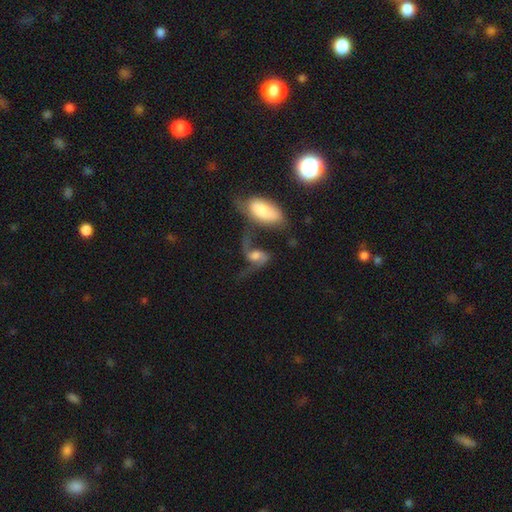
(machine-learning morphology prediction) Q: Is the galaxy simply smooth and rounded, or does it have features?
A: featured or disk — 66%.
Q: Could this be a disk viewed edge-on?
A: no — 94%.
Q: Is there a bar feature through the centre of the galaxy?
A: no — 55%.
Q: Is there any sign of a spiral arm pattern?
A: yes — 87%.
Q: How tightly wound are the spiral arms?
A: loose — 76%.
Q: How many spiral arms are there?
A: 2 — 83%.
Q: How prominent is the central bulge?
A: moderate — 41%.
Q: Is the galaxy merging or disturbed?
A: merger — 44%.